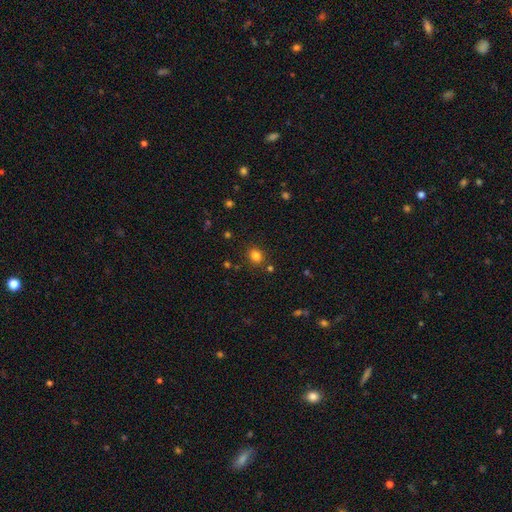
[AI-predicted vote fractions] Smooth or featured? Predicted: smooth (p=0.80). How rounded? Predicted: round (p=0.68). Merging? Predicted: none (p=0.84).